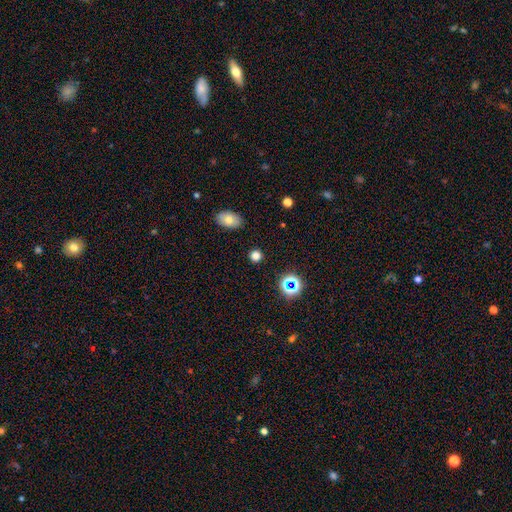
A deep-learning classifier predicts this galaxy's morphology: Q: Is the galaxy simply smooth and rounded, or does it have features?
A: smooth — 72%.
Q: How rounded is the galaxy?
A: round — 84%.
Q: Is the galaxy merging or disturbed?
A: none — 87%.